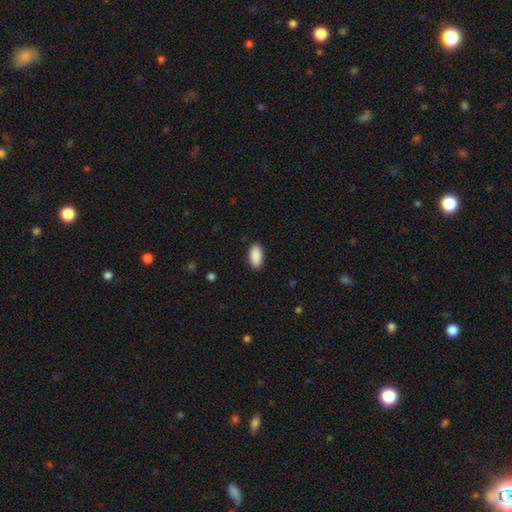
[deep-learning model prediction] Morphology: type=smooth (91%); roundness=in between (94%); merging=none (90%).